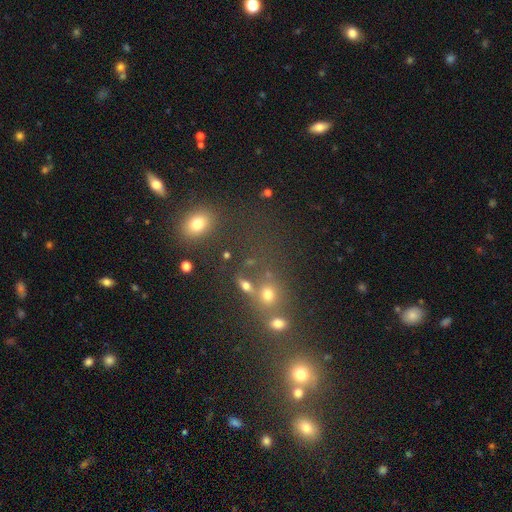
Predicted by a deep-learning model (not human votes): Smooth or featured?
  - smooth: 45% *
  - star or artifact: 42%
  - featured or disk: 13%
Merging?
  - none: 55% *
  - merger: 26%
  - minor disturbance: 11%
  - major disturbance: 8%